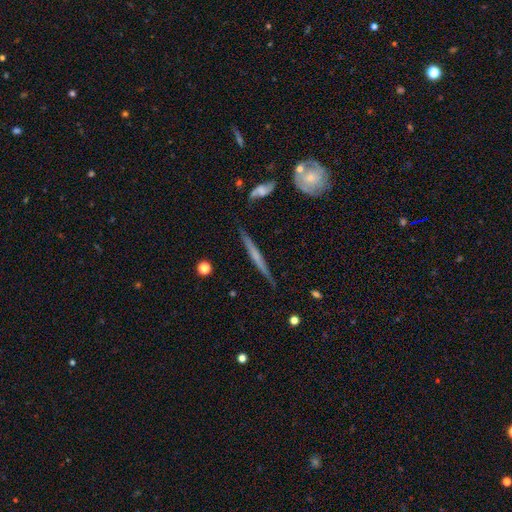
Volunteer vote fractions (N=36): Morphology: type=featured or disk (81%); edge-on=yes (86%); edge-on bulge=none (84%); merging=none (83%).